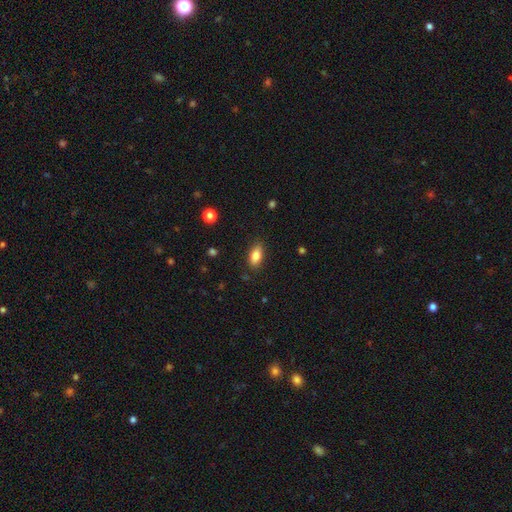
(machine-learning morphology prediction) The model was most divided on "smooth or featured": smooth: 83%, featured or disk: 9%, star or artifact: 8%. More confident: how rounded — in between (86%); merging — none (85%).